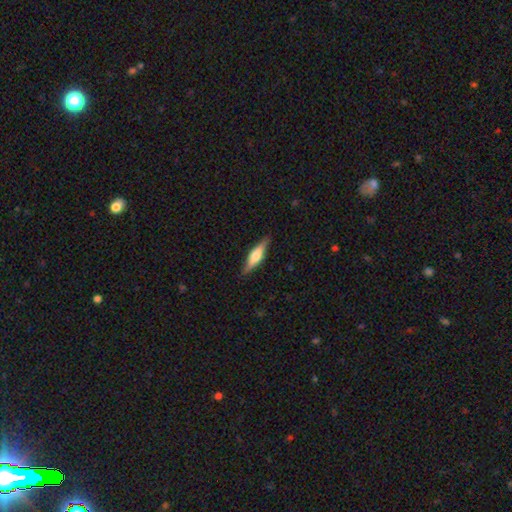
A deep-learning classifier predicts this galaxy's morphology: Q: Smooth or featured?
A: featured or disk (48%); runner-up: smooth (46%)
Q: Merging?
A: none (87%); runner-up: minor disturbance (10%)